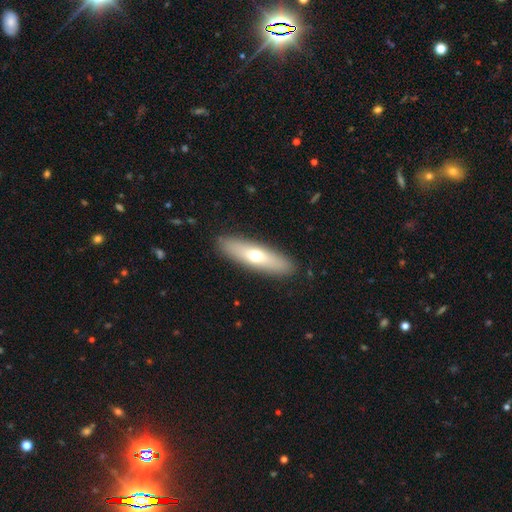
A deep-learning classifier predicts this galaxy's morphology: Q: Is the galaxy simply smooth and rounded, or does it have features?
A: smooth — 60%.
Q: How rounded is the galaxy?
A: cigar-shaped — 64%.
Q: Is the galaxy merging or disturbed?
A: none — 90%.